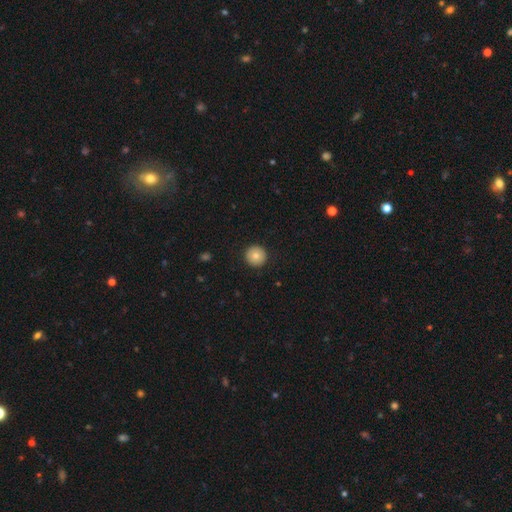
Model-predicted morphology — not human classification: A smooth galaxy with no disk features (81%) that is round (96%).

Vote fractions:
- Smooth or featured? smooth: 81% / featured or disk: 11% / star or artifact: 8%
- How rounded? round: 96% / in between: 3% / cigar-shaped: 1%
- Merging? none: 93% / minor disturbance: 5% / major disturbance: 2% / merger: 1%